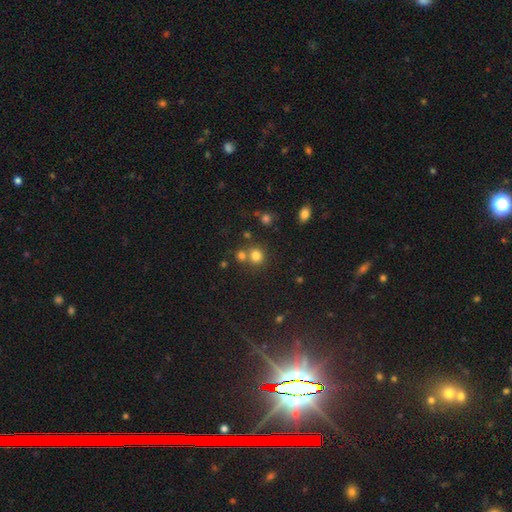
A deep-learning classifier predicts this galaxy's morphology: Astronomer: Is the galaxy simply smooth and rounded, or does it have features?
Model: smooth — 78%.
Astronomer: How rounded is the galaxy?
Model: round — 84%.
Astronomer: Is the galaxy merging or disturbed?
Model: none — 62%.